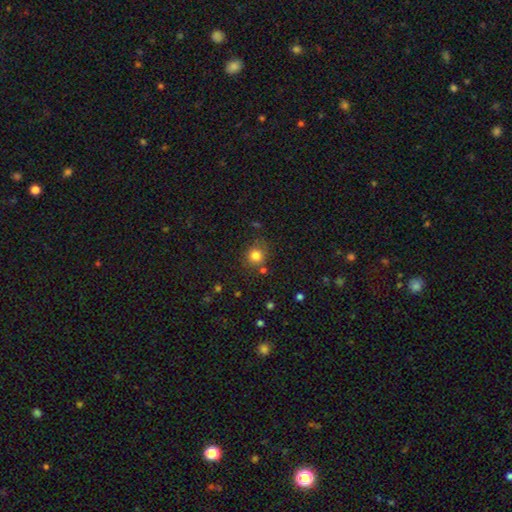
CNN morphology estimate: smooth 82%, star or artifact 12%, featured or disk 6%. Down the decision tree: how rounded — round (83%); merging — none (73%).